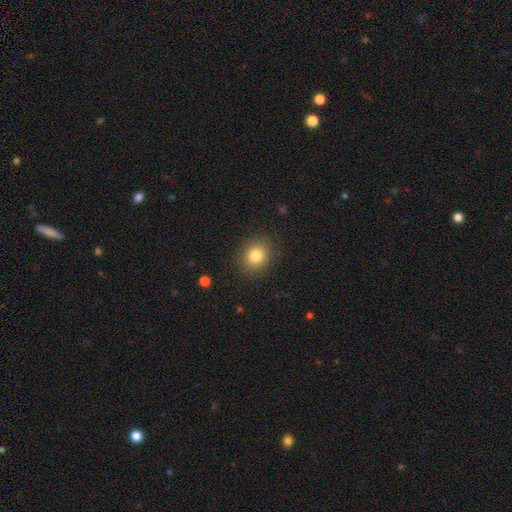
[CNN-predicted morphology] smooth-or-featured: smooth: 82% | star or artifact: 11% | featured or disk: 7%
  how-rounded: round: 66% | in between: 33% | cigar-shaped: 1%
  merging: none: 88% | minor disturbance: 8% | major disturbance: 3% | merger: 1%